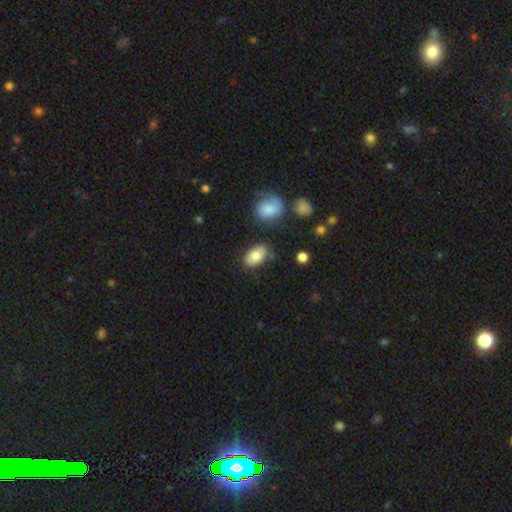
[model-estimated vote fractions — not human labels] Smooth or featured? Predicted: smooth (p=0.80). How rounded? Predicted: in between (p=0.92). Merging? Predicted: none (p=0.78).